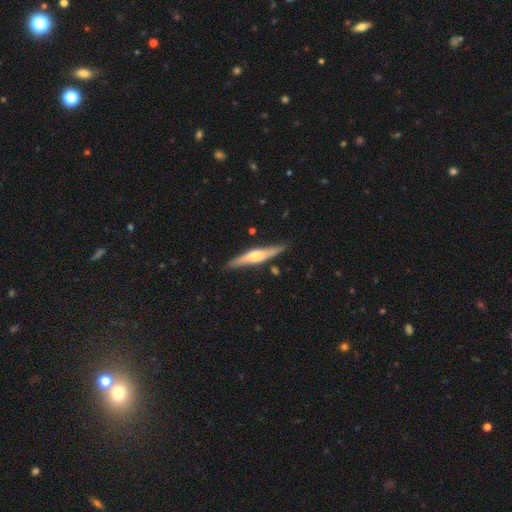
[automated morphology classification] The model was most divided on "smooth or featured": featured or disk: 63%, smooth: 32%, star or artifact: 5%. More confident: edge-on disk — yes (92%); edge-on bulge — rounded (87%); merging — none (85%).